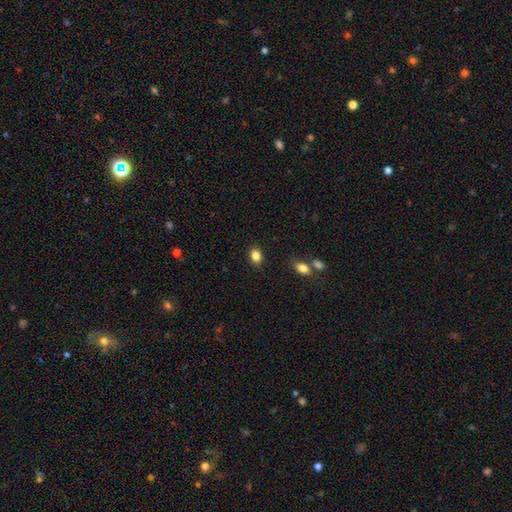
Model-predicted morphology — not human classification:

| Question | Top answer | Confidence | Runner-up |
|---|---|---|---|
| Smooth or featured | smooth | 85% | star or artifact (10%) |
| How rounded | in between | 61% | round (37%) |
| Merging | none | 87% | minor disturbance (9%) |